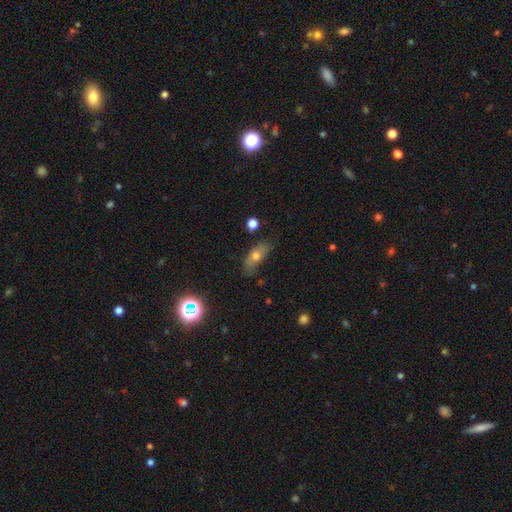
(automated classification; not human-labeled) Smooth or featured?
  - smooth: 66% *
  - featured or disk: 23%
  - star or artifact: 11%
How rounded?
  - in between: 75% *
  - cigar-shaped: 18%
  - round: 7%
Merging?
  - none: 59% *
  - minor disturbance: 28%
  - major disturbance: 10%
  - merger: 4%